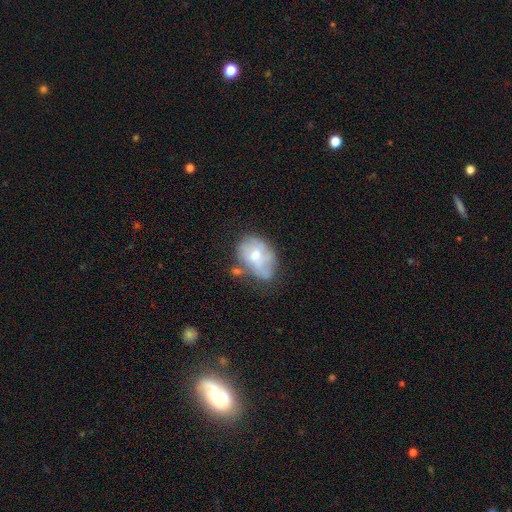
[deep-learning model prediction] smooth_or_featured: featured or disk (p=0.48) [alt: smooth p=0.44]
merging: none (p=0.43) [alt: minor disturbance p=0.31]